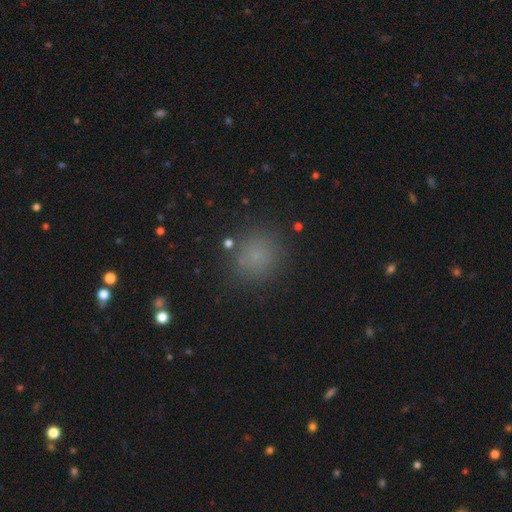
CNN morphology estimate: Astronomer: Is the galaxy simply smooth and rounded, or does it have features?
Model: smooth — 73%.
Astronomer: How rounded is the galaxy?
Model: round — 92%.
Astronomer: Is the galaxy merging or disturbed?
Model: none — 86%.